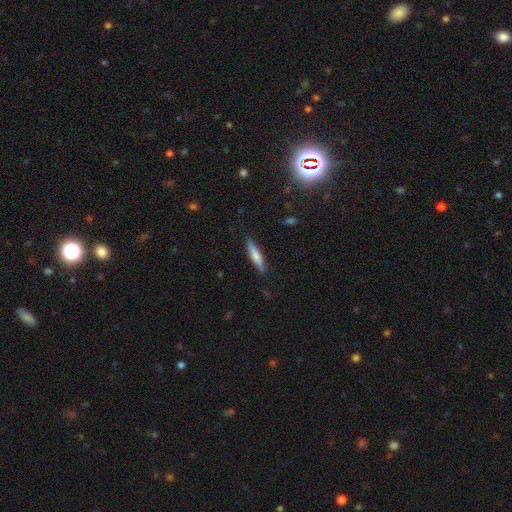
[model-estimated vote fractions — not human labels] smooth-or-featured: smooth: 67% | featured or disk: 27% | star or artifact: 6%
  how-rounded: cigar-shaped: 88% | in between: 11% | round: 1%
  merging: none: 88% | minor disturbance: 9% | major disturbance: 2% | merger: 1%